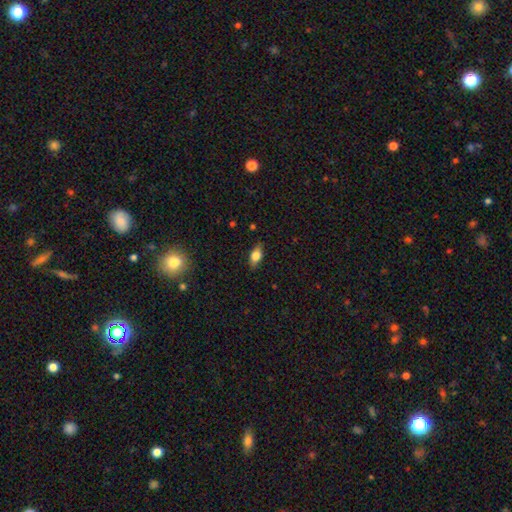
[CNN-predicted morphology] The model was most divided on "smooth or featured": smooth: 70%, featured or disk: 21%, star or artifact: 9%. More confident: how rounded — in between (83%); merging — none (83%).